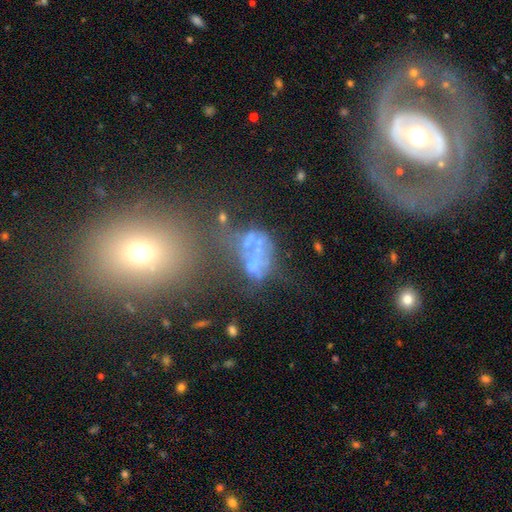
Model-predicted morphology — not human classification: The model was most divided on "merging": major disturbance: 33%, merger: 30%, none: 24%, minor disturbance: 14%. Remaining: smooth or featured — featured or disk (48%).